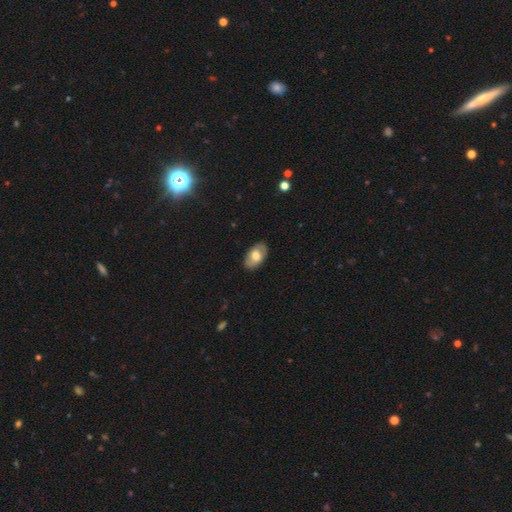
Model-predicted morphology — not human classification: This appears to be a smooth galaxy with no disk features (60%) that is in between round and cigar-shaped (92%). Merging: none (85%).